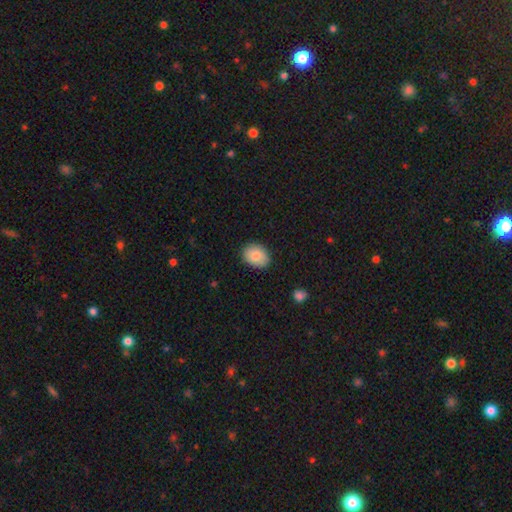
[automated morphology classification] Smooth or featured? Predicted: smooth (p=0.85). How rounded? Predicted: in between (p=0.65). Merging? Predicted: none (p=0.87).